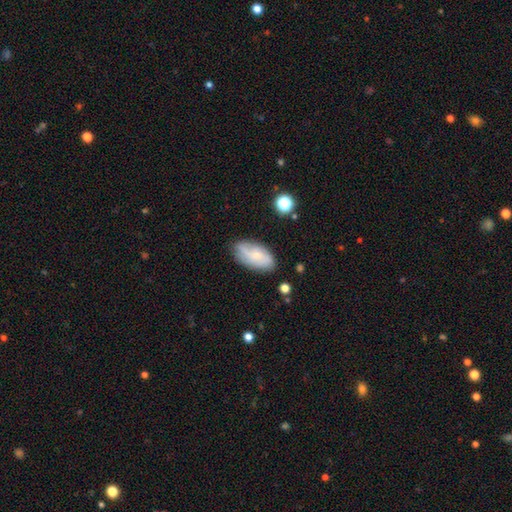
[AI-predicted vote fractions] Smooth or featured? smooth (52%)
How rounded? in between (92%)
Merging? none (72%)